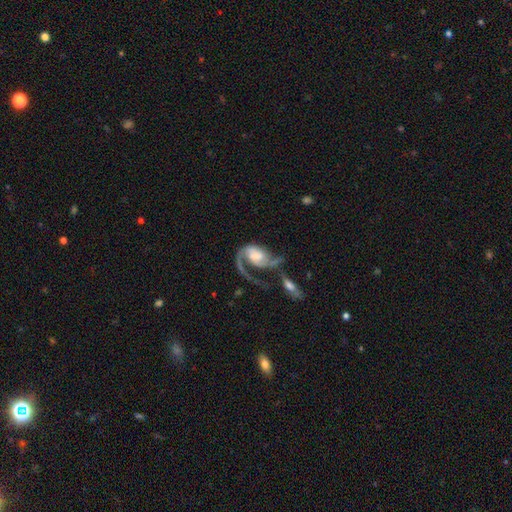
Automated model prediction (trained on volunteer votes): The model was most divided on "spiral arm count": 2: 48%, 1: 44%, can't tell: 4%, 3: 2%, 4: 1%, more than 4: 1%. Remaining: edge-on disk — no (97%); spiral arms — yes (94%); smooth or featured — featured or disk (84%); bar — no (50%); spiral winding — loose (49%); merging — major disturbance (42%); bulge size — moderate (34%).